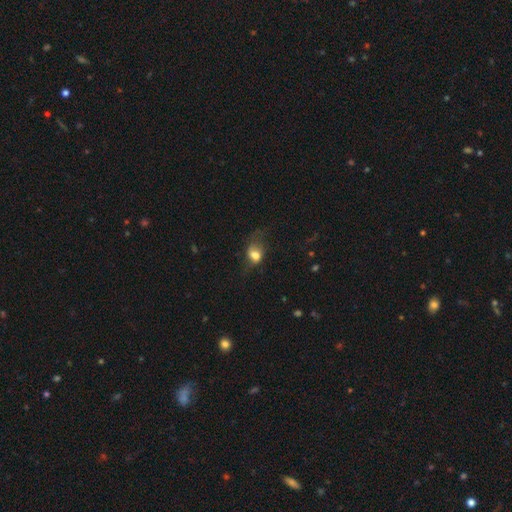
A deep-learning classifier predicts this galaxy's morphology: smooth_or_featured: smooth (p=0.65) [alt: featured or disk p=0.25]
how_rounded: in between (p=0.69) [alt: round p=0.29]
merging: none (p=0.36) [alt: major disturbance p=0.34]